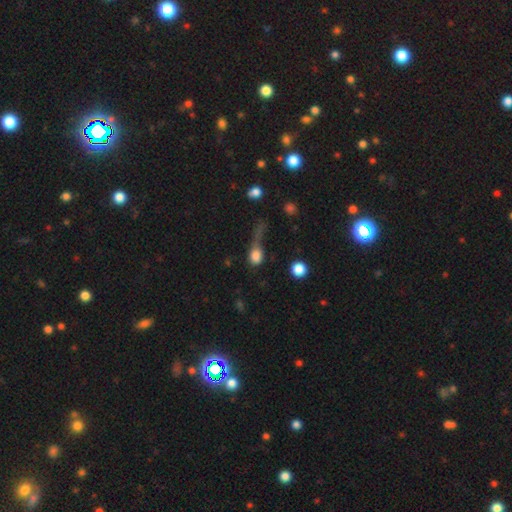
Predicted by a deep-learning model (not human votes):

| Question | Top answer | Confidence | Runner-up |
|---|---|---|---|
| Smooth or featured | smooth | 75% | featured or disk (15%) |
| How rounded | in between | 48% | round (47%) |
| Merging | major disturbance | 52% | none (21%) |